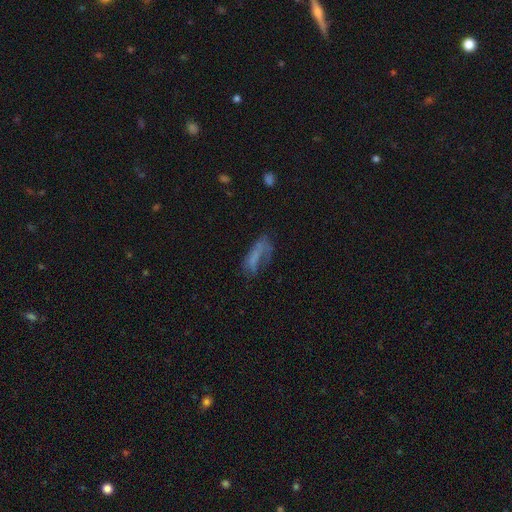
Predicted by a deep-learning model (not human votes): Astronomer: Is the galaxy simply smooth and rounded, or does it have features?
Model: smooth — 50% (runner-up: featured or disk, 35%).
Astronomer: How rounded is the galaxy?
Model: in between — 62%.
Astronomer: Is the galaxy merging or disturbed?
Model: none — 37% (runner-up: major disturbance, 33%).